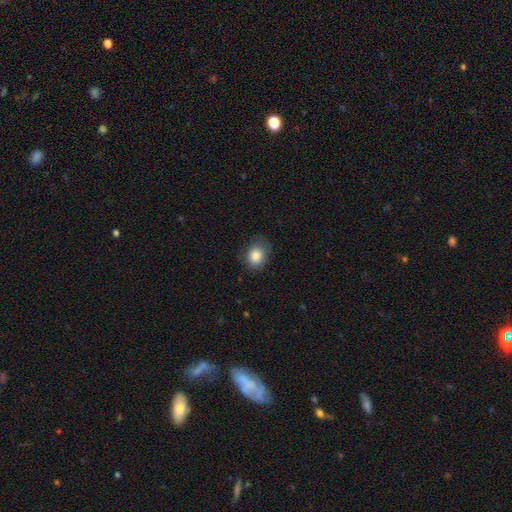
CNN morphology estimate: Q: Smooth or featured?
A: smooth (84%); runner-up: star or artifact (8%)
Q: How rounded?
A: in between (51%); runner-up: round (48%)
Q: Merging?
A: none (70%); runner-up: minor disturbance (22%)